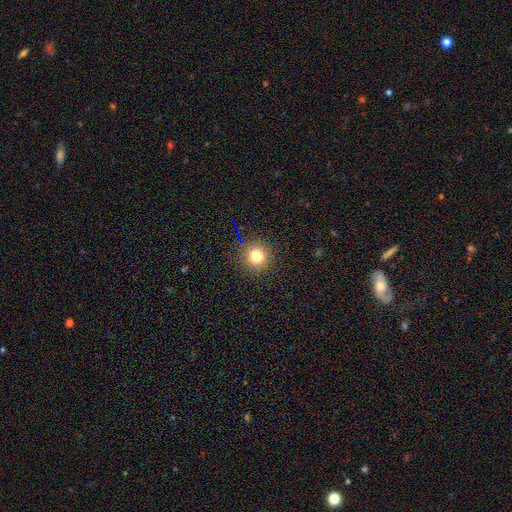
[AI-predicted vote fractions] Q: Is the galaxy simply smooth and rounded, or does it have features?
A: smooth — 74%.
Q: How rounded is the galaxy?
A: round — 92%.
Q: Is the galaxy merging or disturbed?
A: none — 87%.